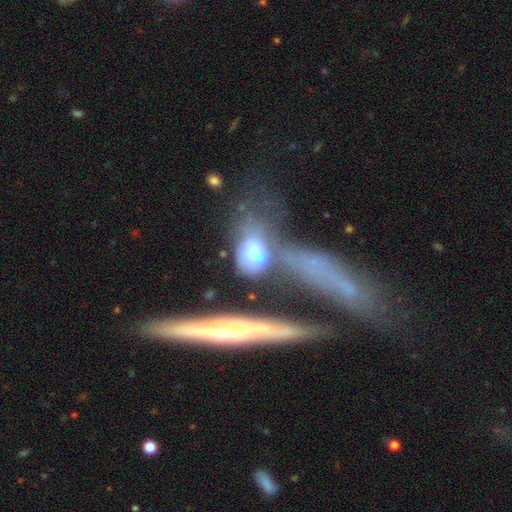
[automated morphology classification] smooth 50%, featured or disk 36%, star or artifact 14%. Down the decision tree: how rounded — in between (76%); merging — merger (41%).